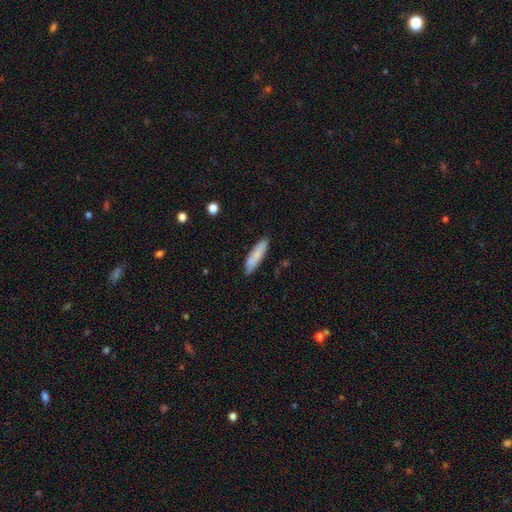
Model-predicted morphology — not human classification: This is likely a smooth galaxy (78%). How rounded: likely cigar-shaped (70%). Merging: clearly none (86%).